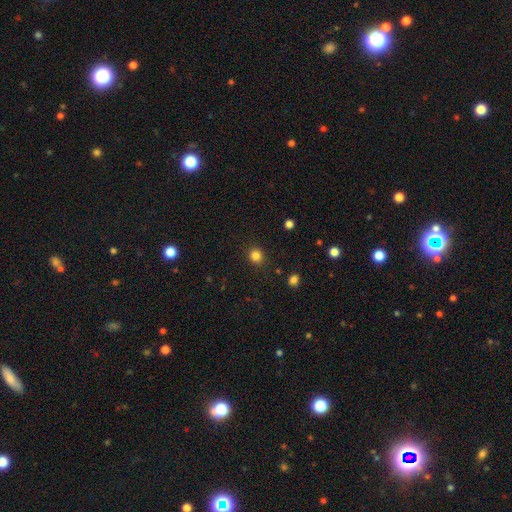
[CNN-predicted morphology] smooth-or-featured: smooth: 83% | star or artifact: 13% | featured or disk: 4%
  how-rounded: round: 89% | in between: 10% | cigar-shaped: 1%
  merging: none: 89% | minor disturbance: 7% | major disturbance: 2% | merger: 1%